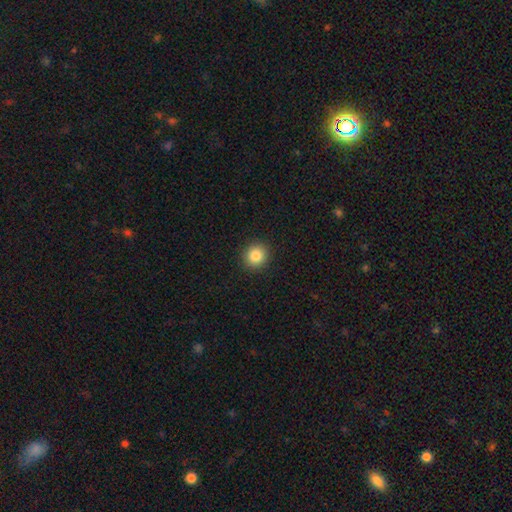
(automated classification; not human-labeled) Smooth or featured: smooth — 84% (star or artifact — 10%)
How rounded: round — 88% (in between — 11%)
Merging: none — 92% (minor disturbance — 5%)